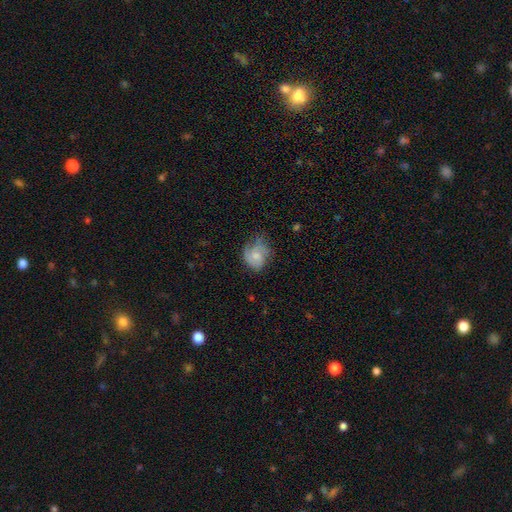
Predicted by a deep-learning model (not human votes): Morphology: type=featured or disk (51%); edge-on=no (97%); bar=no (73%); spiral arms=yes (83%); bulge=small (47%); merging=none (48%).